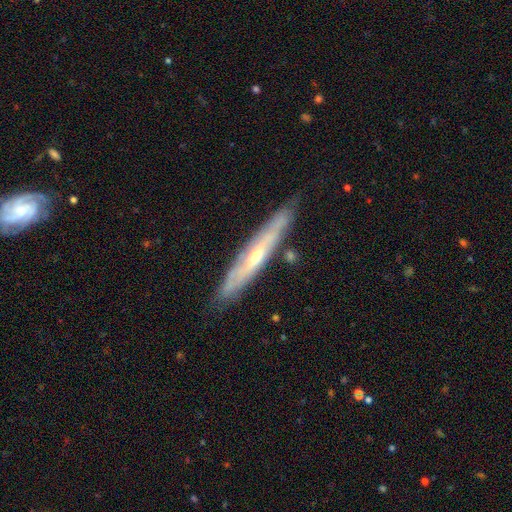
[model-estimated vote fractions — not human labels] A featured or disk galaxy (69%) viewed edge-on (75%) with a rounded central bulge (66%). Merging: none (82%).